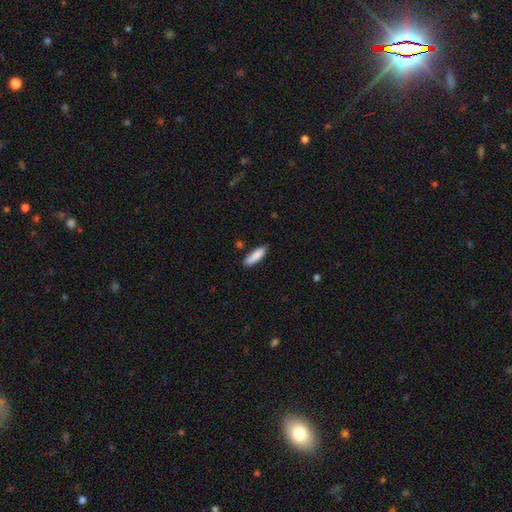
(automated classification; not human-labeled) smooth_or_featured: smooth (p=0.87) [alt: featured or disk p=0.07]
how_rounded: cigar-shaped (p=0.58) [alt: in between p=0.41]
merging: none (p=0.84) [alt: minor disturbance p=0.12]